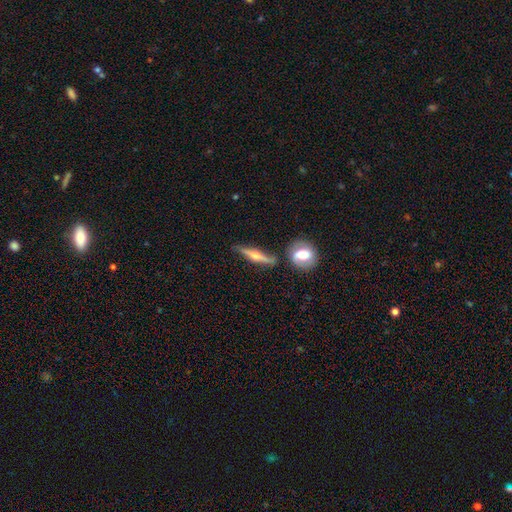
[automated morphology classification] Q: Smooth or featured?
A: featured or disk (67%); runner-up: smooth (27%)
Q: Edge-on disk?
A: yes (90%); runner-up: no (10%)
Q: Edge-on bulge?
A: rounded (86%); runner-up: boxy (7%)
Q: Merging?
A: none (70%); runner-up: minor disturbance (15%)